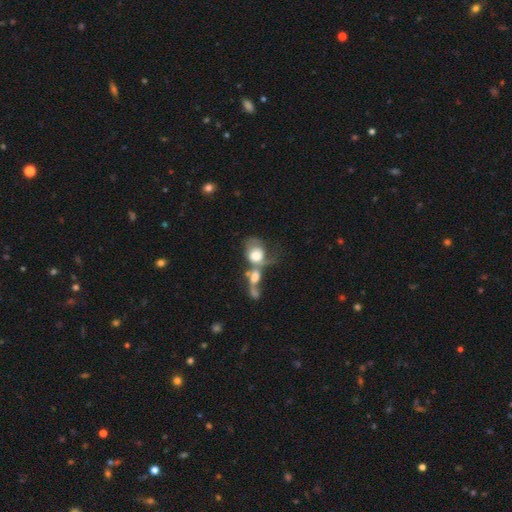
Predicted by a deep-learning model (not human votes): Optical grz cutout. It shows a smooth galaxy with no disk features (53%) that is in between round and cigar-shaped (52%). Merging: merger (70%).